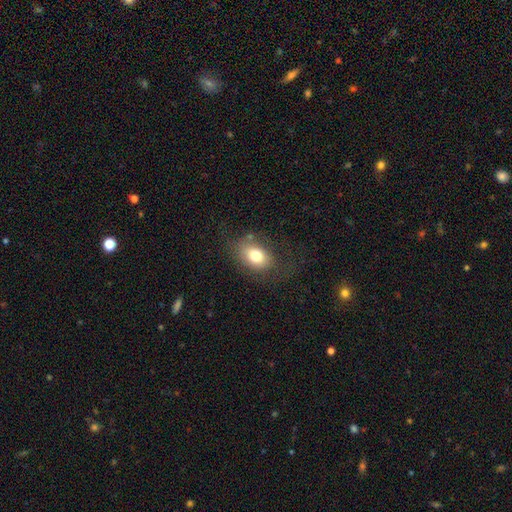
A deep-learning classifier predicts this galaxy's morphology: Overall: smooth (76%). How rounded: in between (77%). Merging: none (67%).